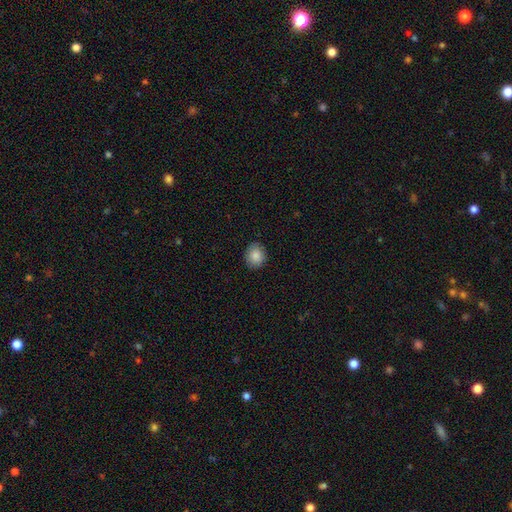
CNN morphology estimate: Smooth or featured?
  - smooth: 86% *
  - star or artifact: 8%
  - featured or disk: 6%
How rounded?
  - round: 66% *
  - in between: 33%
  - cigar-shaped: 1%
Merging?
  - none: 88% *
  - minor disturbance: 9%
  - major disturbance: 2%
  - merger: 1%